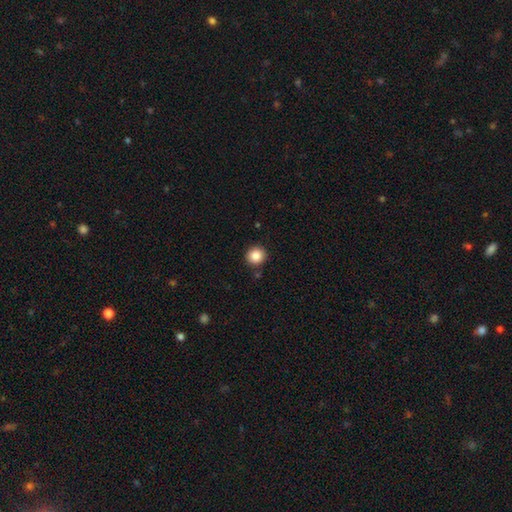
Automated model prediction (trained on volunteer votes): Smooth or featured? Predicted: smooth (p=0.86). How rounded? Predicted: round (p=0.93). Merging? Predicted: none (p=0.89).